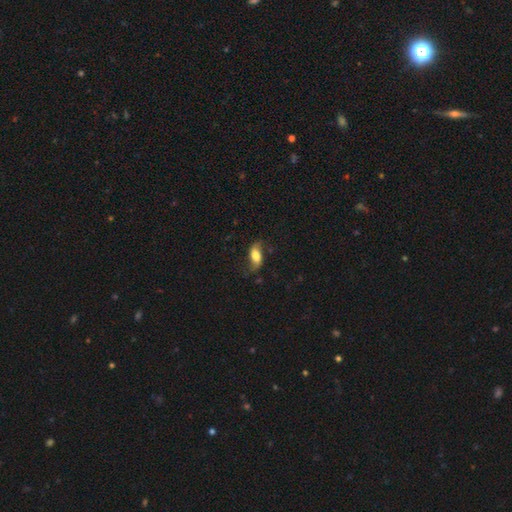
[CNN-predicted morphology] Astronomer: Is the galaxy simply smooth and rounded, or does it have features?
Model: featured or disk — 49% (runner-up: smooth, 43%).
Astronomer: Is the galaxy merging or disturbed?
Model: none — 66%.